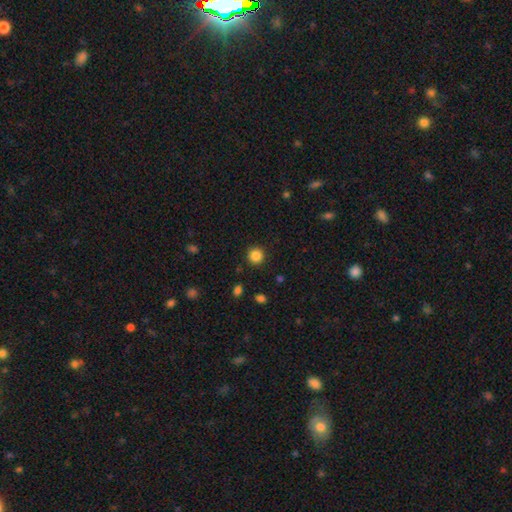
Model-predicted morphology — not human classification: Q: Smooth or featured?
A: smooth (85%); runner-up: star or artifact (11%)
Q: How rounded?
A: round (94%); runner-up: in between (5%)
Q: Merging?
A: none (91%); runner-up: minor disturbance (5%)